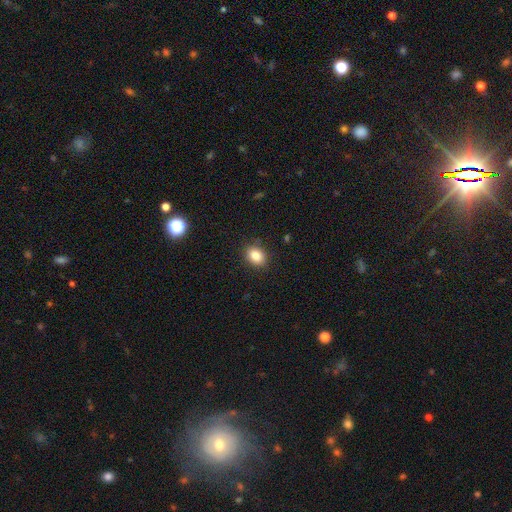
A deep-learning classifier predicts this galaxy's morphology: Smooth or featured? smooth (85%)
How rounded? in between (65%)
Merging? none (87%)